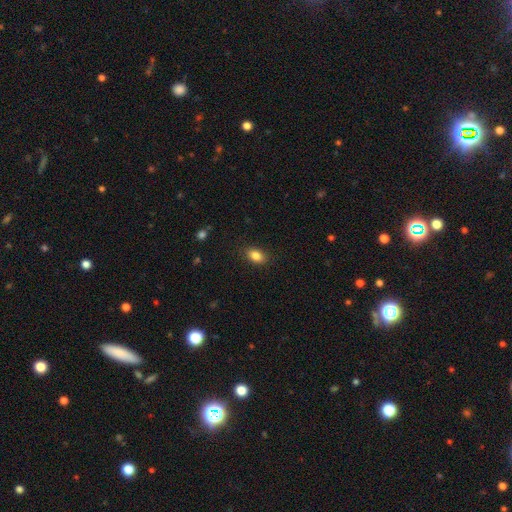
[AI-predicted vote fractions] Smooth or featured?
  - smooth: 85% *
  - star or artifact: 9%
  - featured or disk: 6%
How rounded?
  - in between: 84% *
  - round: 14%
  - cigar-shaped: 2%
Merging?
  - none: 87% *
  - minor disturbance: 10%
  - major disturbance: 3%
  - merger: 1%